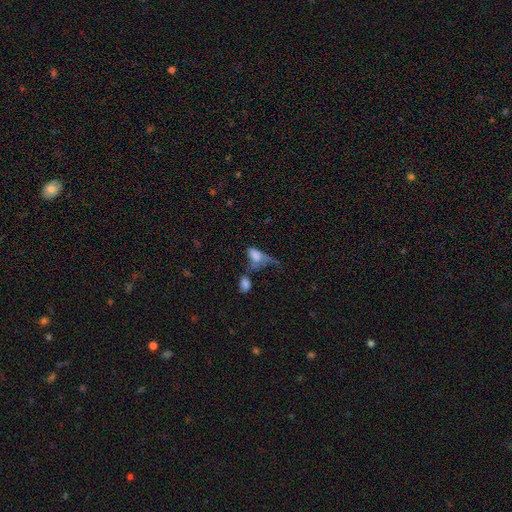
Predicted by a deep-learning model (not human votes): Smooth or featured? smooth (66%)
How rounded? in between (86%)
Merging? major disturbance (35%)